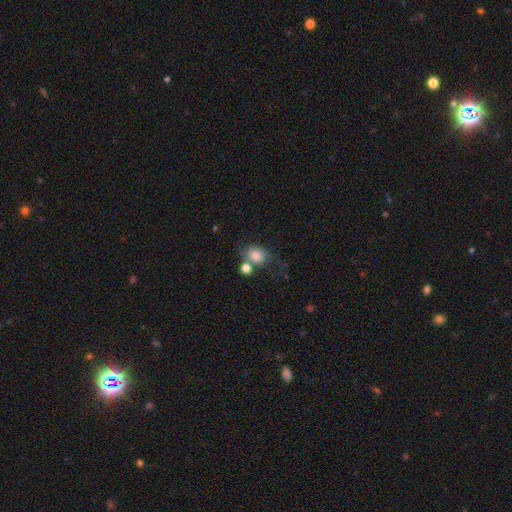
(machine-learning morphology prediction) Smooth or featured: smooth — 82% (star or artifact — 10%)
How rounded: round — 62% (in between — 37%)
Merging: none — 52% (merger — 23%)